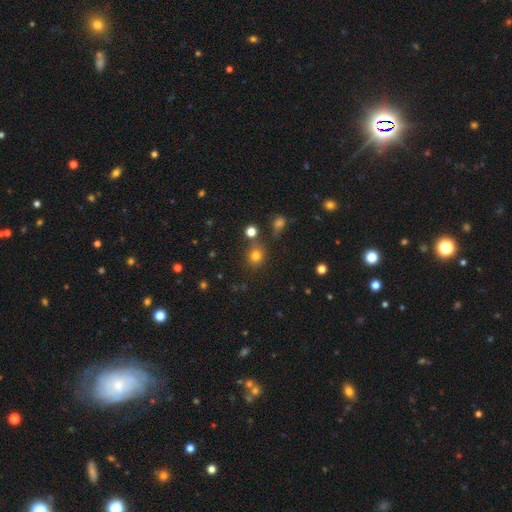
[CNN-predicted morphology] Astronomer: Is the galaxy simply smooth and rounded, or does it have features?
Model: smooth — 77%.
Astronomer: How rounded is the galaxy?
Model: round — 79%.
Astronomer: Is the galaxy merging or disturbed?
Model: none — 70%.